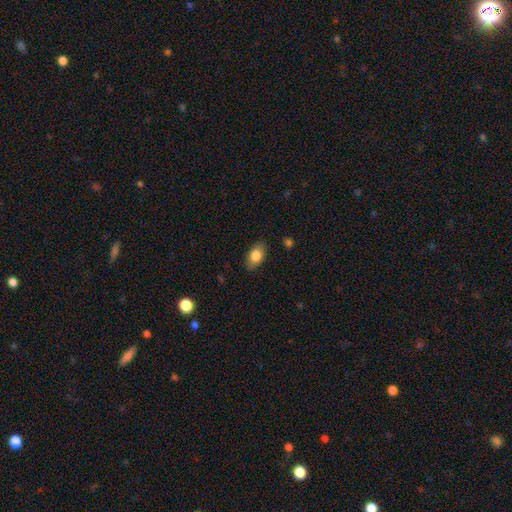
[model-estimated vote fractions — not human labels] The model was most divided on "smooth or featured": smooth: 82%, featured or disk: 11%, star or artifact: 7%. More confident: how rounded — in between (89%); merging — none (85%).